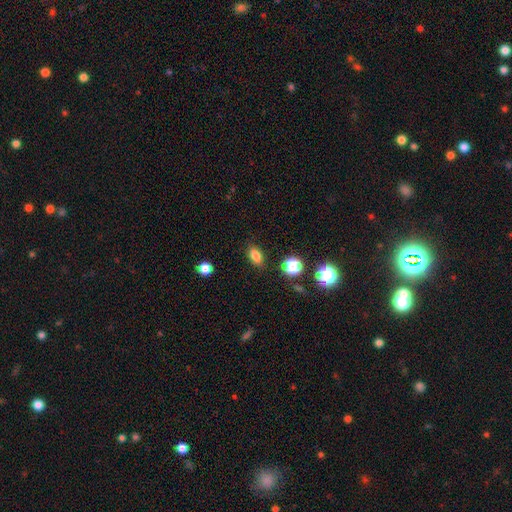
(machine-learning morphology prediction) smooth 80%, star or artifact 14%, featured or disk 7%. Down the decision tree: how rounded — in between (82%); merging — none (86%).